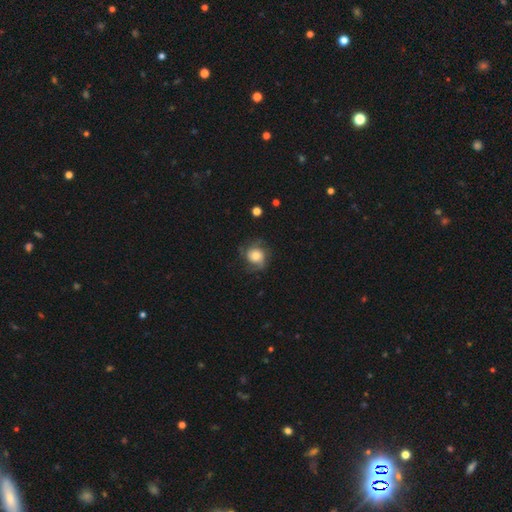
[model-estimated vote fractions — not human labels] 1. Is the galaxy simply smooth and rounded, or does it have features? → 51% featured or disk, 40% smooth, 9% star or artifact.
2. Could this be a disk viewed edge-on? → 97% no, 3% yes.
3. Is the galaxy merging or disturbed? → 65% none, 21% minor disturbance, 13% major disturbance, 1% merger.